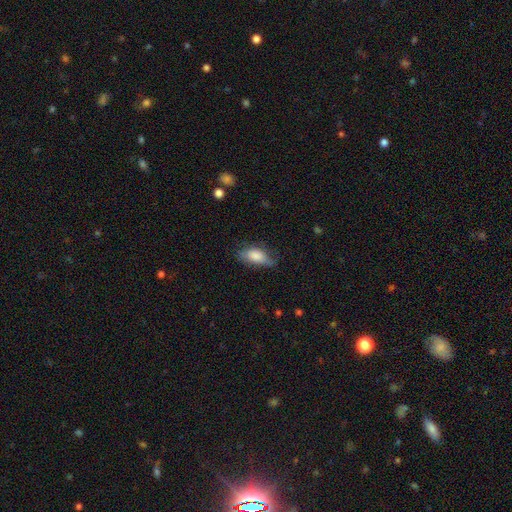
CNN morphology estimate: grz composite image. It shows a smooth galaxy with no disk features (78%) that is in between round and cigar-shaped (81%). Merging: none (58%).